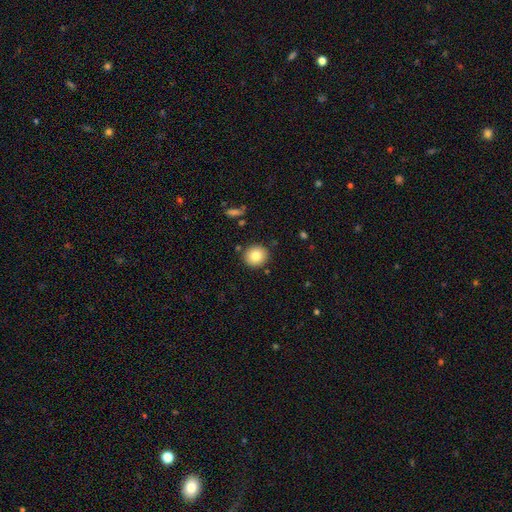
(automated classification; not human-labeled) Q: Smooth or featured?
A: smooth (82%); runner-up: featured or disk (9%)
Q: How rounded?
A: round (90%); runner-up: in between (9%)
Q: Merging?
A: none (89%); runner-up: minor disturbance (7%)